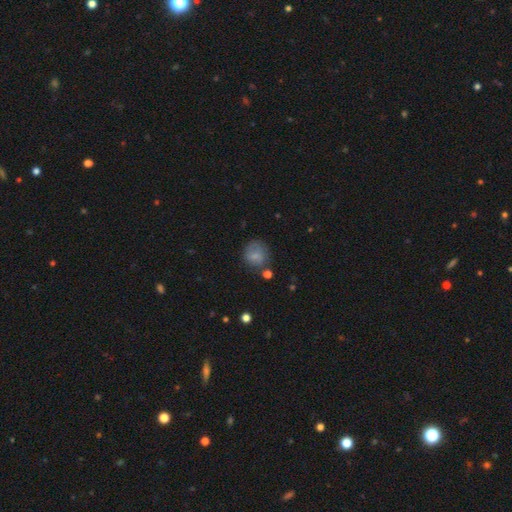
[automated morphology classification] Smooth or featured: smooth — 72% (featured or disk — 18%)
How rounded: round — 76% (in between — 23%)
Merging: none — 62% (minor disturbance — 22%)